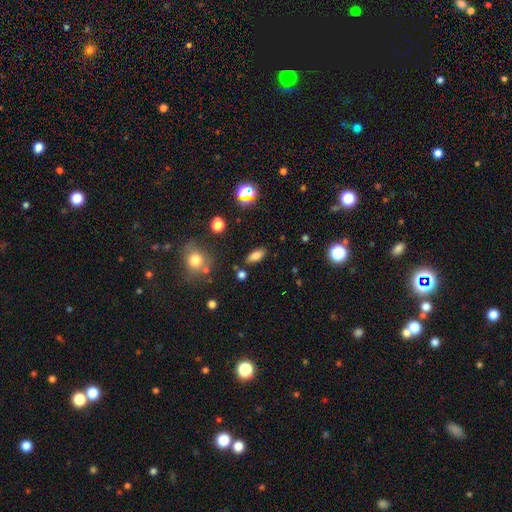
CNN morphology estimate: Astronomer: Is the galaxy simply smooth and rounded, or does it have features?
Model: smooth — 77%.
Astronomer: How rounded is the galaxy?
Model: in between — 83%.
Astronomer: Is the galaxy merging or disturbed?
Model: none — 83%.